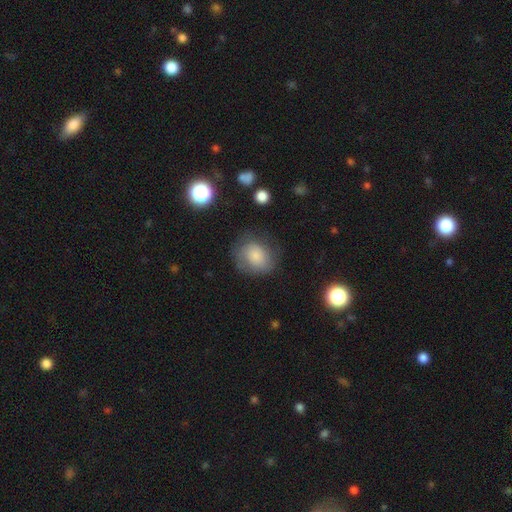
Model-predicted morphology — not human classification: smooth_or_featured: smooth (p=0.76) [alt: featured or disk p=0.16]
how_rounded: round (p=0.61) [alt: in between p=0.38]
merging: none (p=0.61) [alt: minor disturbance p=0.24]